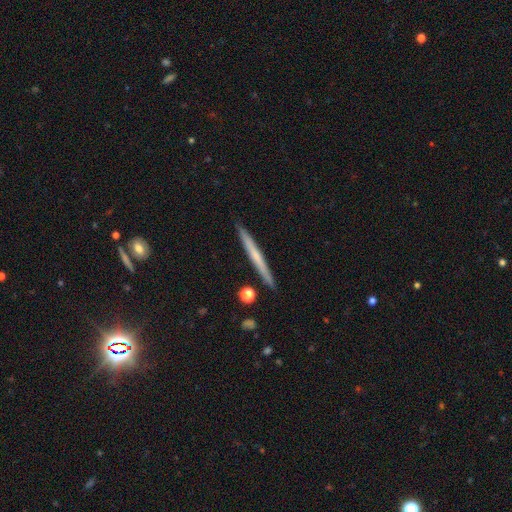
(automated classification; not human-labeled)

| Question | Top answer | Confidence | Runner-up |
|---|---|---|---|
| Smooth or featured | featured or disk | 49% | smooth (45%) |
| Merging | none | 91% | minor disturbance (6%) |